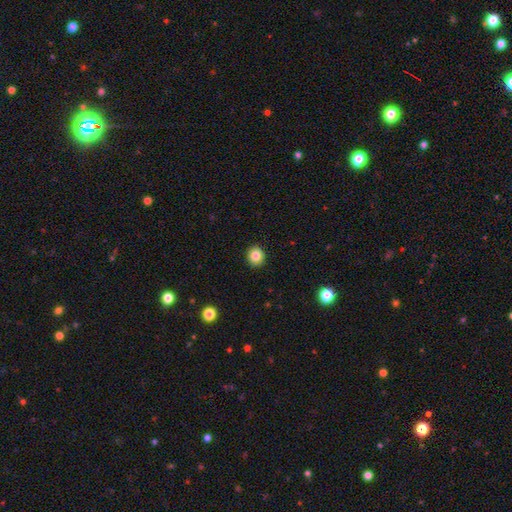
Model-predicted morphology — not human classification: Overall: smooth (84%). How rounded: round (85%). Merging: none (92%).